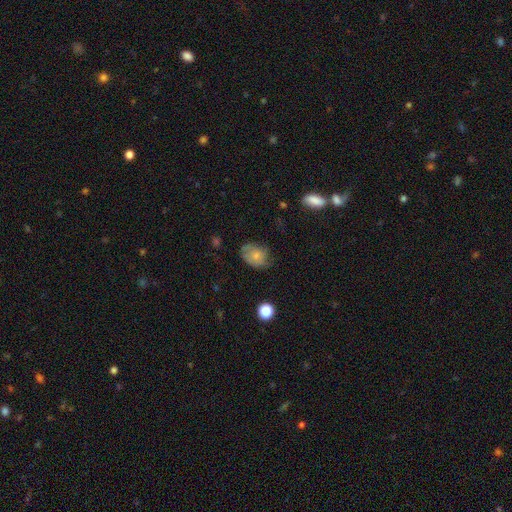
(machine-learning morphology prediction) smooth 67%, featured or disk 24%, star or artifact 9%. Down the decision tree: how rounded — in between (68%); merging — none (54%).